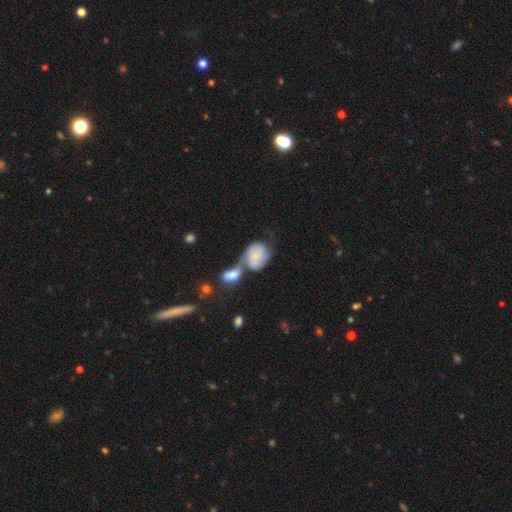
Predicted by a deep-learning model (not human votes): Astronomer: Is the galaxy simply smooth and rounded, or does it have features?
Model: smooth — 51% (runner-up: featured or disk, 42%).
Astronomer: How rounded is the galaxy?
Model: in between — 57% (runner-up: round, 41%).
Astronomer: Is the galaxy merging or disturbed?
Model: merger — 63%.